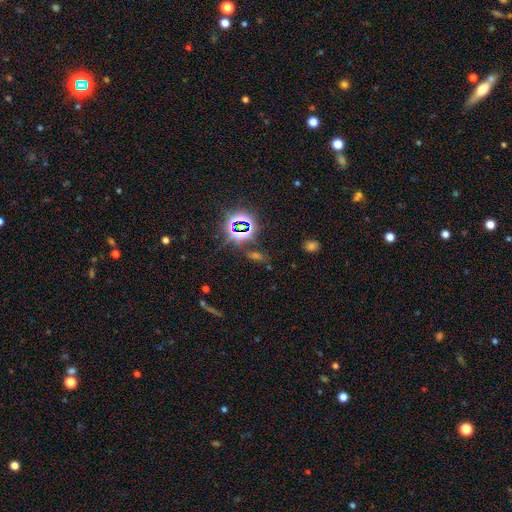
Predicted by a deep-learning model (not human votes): This is likely a star or artifact rather than a galaxy (68%).